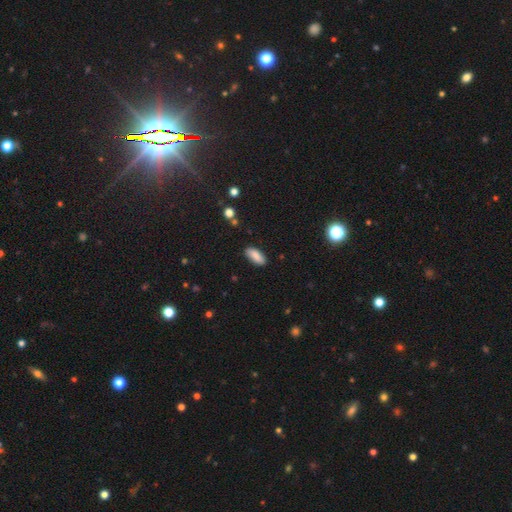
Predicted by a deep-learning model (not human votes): A smooth galaxy with no disk features (87%) that is in between round and cigar-shaped (84%). Merging: none (86%).